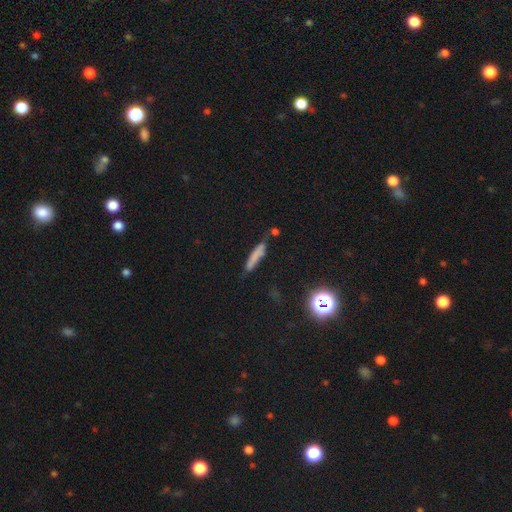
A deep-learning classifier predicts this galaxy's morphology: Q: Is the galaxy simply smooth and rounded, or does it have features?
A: smooth — 70%.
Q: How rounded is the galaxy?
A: cigar-shaped — 88%.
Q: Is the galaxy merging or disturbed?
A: none — 65%.